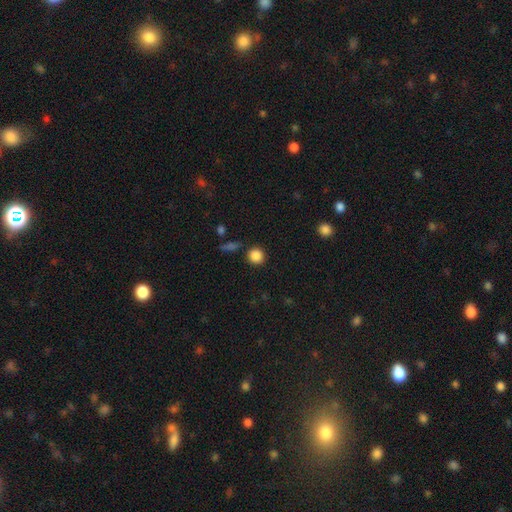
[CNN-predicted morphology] Smooth or featured: smooth — 87% (star or artifact — 10%)
How rounded: round — 92% (in between — 7%)
Merging: none — 88% (minor disturbance — 7%)